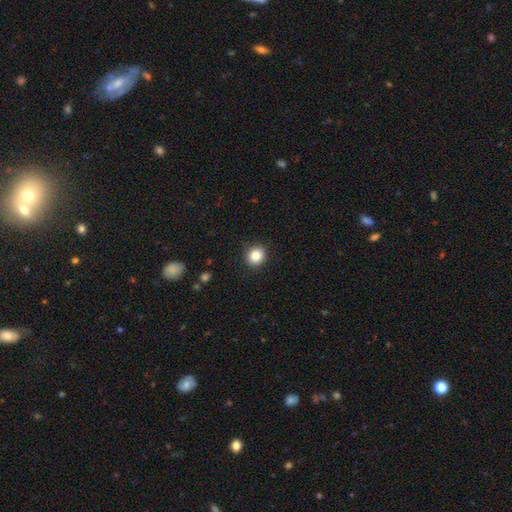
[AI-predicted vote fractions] This is clearly a smooth galaxy (84%). How rounded: clearly round (87%). Merging: clearly none (91%).